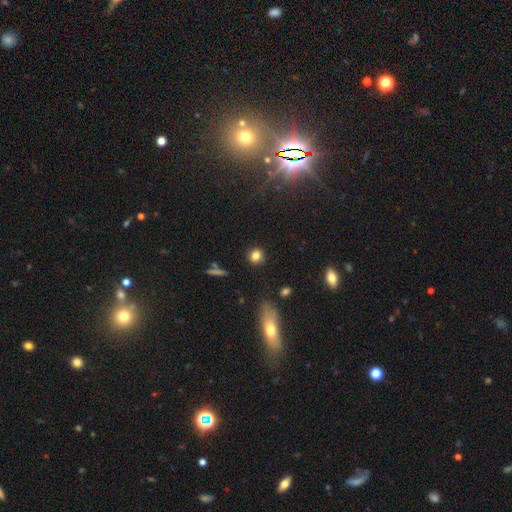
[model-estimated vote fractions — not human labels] This is clearly a smooth galaxy (81%). How rounded: clearly round (88%). Merging: clearly none (88%).